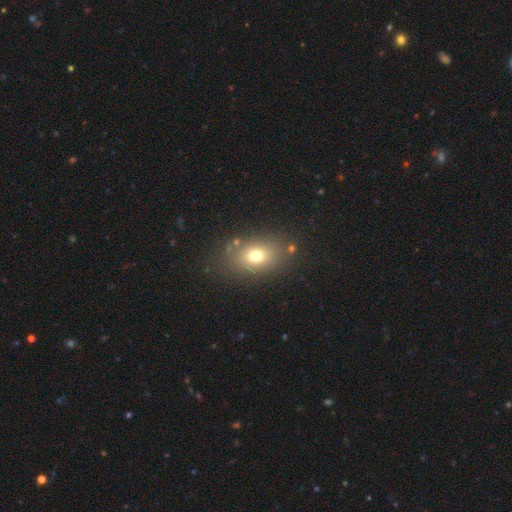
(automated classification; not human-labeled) Morphology: type=smooth (72%); roundness=in between (70%); merging=none (78%).